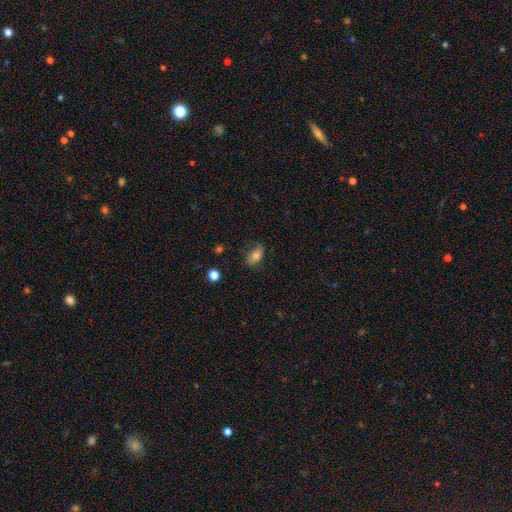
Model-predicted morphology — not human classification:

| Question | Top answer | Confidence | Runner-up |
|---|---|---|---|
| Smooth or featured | smooth | 71% | featured or disk (19%) |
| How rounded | in between | 88% | round (9%) |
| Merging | none | 67% | minor disturbance (24%) |